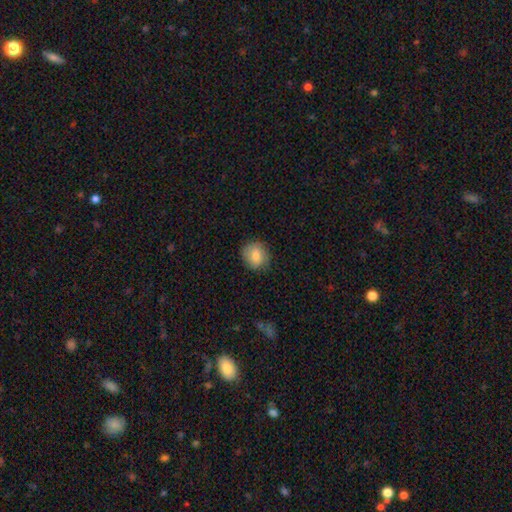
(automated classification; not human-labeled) Overall: smooth (81%). How rounded: round (81%). Merging: none (81%).